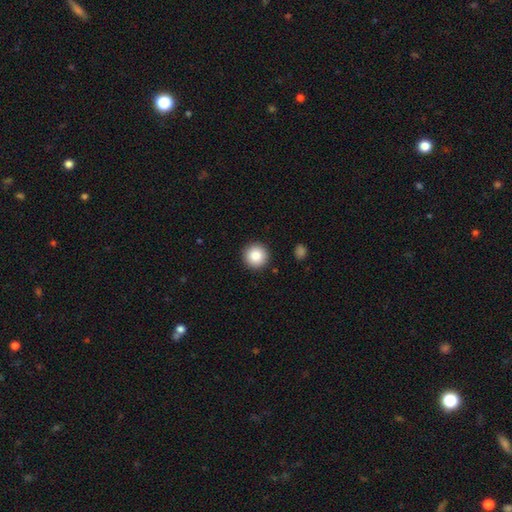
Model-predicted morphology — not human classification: The model was most divided on "smooth or featured": smooth: 87%, star or artifact: 8%, featured or disk: 4%. More confident: how rounded — round (96%); merging — none (91%).